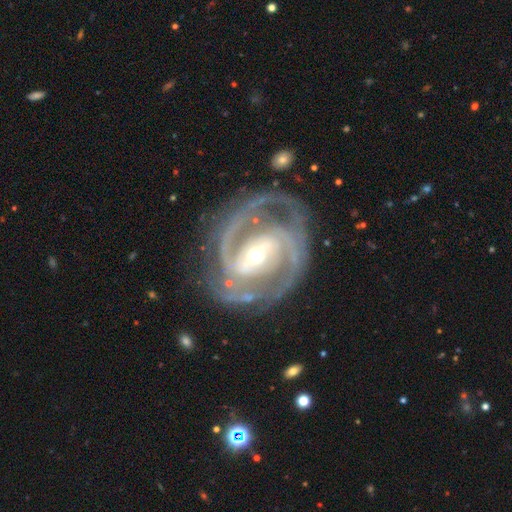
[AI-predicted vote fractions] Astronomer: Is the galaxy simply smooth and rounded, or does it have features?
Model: featured or disk — 92%.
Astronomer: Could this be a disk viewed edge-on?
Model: no — 97%.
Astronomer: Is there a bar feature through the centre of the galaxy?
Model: strong — 45% (runner-up: weak, 37%).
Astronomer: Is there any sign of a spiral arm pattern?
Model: yes — 97%.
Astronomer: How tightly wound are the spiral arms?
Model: tight — 50% (runner-up: medium, 42%).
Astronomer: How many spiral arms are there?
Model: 2 — 74%.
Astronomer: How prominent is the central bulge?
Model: moderate — 60%.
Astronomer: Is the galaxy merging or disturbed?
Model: none — 73%.